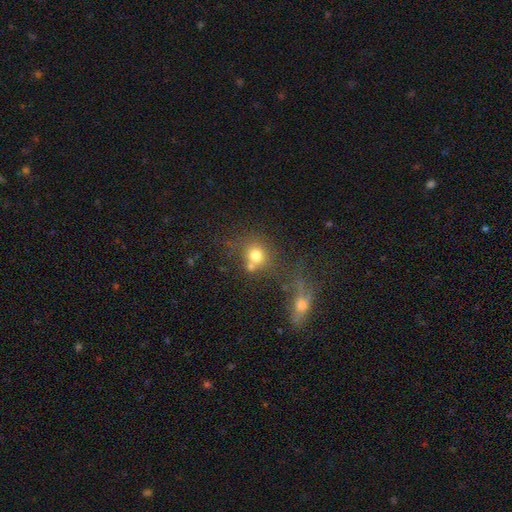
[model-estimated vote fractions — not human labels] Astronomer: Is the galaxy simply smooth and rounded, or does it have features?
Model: smooth — 72%.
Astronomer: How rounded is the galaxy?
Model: round — 81%.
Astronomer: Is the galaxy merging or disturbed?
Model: none — 51% (runner-up: merger, 29%).